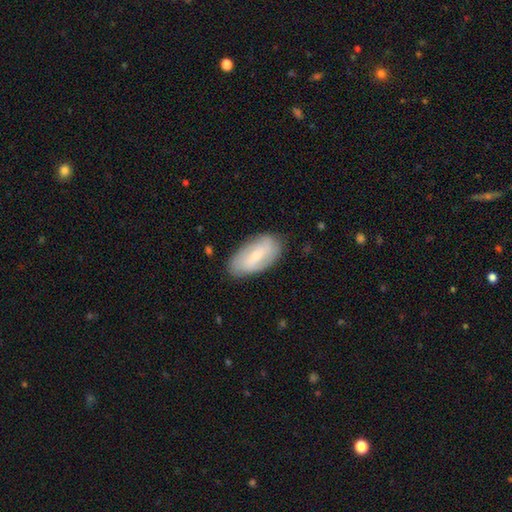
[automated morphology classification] Smooth or featured? featured or disk (54%)
Edge-on disk? no (91%)
Merging? none (82%)